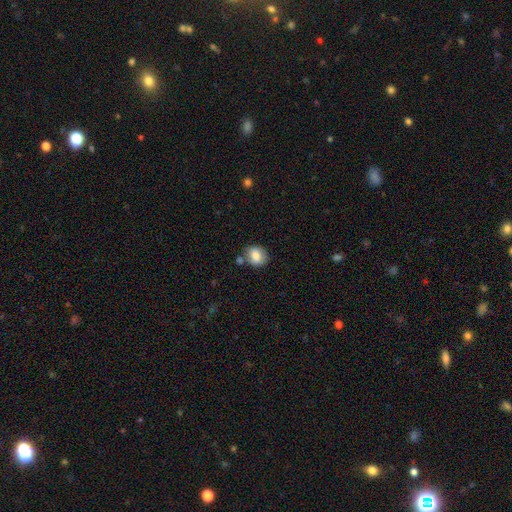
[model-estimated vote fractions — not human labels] Overall: smooth (77%). How rounded: round (64%; in between 35%). Merging: none (67%).